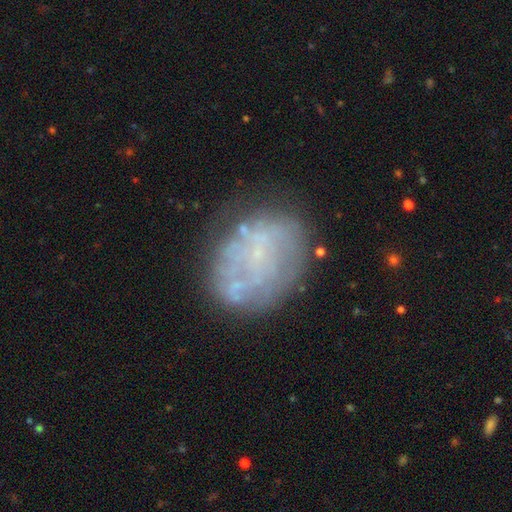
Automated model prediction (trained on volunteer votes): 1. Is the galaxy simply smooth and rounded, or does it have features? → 54% featured or disk, 33% smooth, 13% star or artifact.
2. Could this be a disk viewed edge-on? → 97% no, 3% yes.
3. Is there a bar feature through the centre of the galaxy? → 83% no, 13% weak, 4% strong.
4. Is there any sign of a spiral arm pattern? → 77% no, 23% yes.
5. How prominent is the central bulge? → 55% none, 37% small, 5% moderate, 1% large, 1% dominant.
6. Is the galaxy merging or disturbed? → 67% none, 18% minor disturbance, 11% major disturbance, 4% merger.